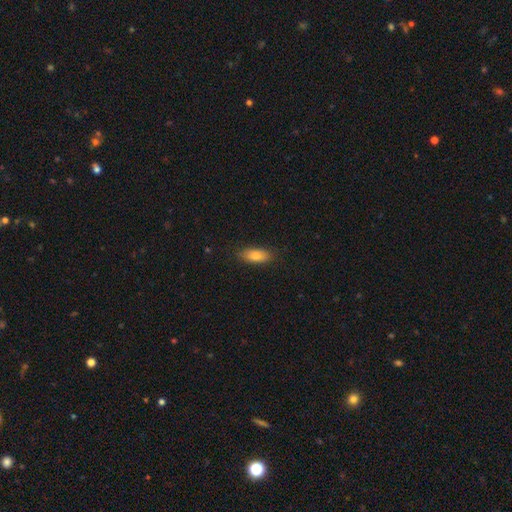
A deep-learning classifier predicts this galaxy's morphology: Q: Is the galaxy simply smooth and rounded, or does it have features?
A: smooth — 79%.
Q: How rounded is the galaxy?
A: in between — 80%.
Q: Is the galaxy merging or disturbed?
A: none — 85%.